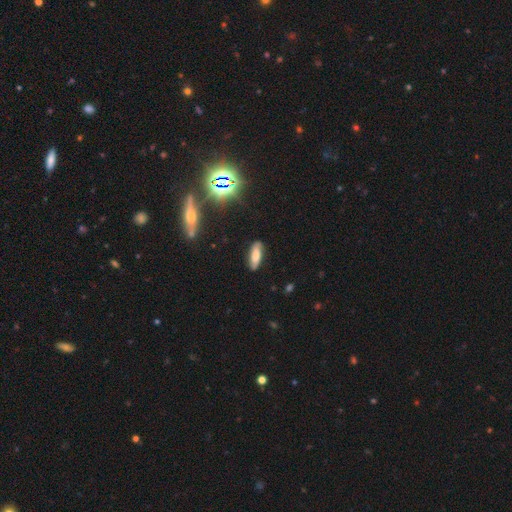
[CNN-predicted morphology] A smooth galaxy with no disk features (72%) that is in between round and cigar-shaped (61%).

Vote fractions:
- Smooth or featured? smooth: 72% / featured or disk: 18% / star or artifact: 10%
- How rounded? in between: 61% / cigar-shaped: 37% / round: 2%
- Merging? none: 81% / minor disturbance: 15% / major disturbance: 3% / merger: 2%